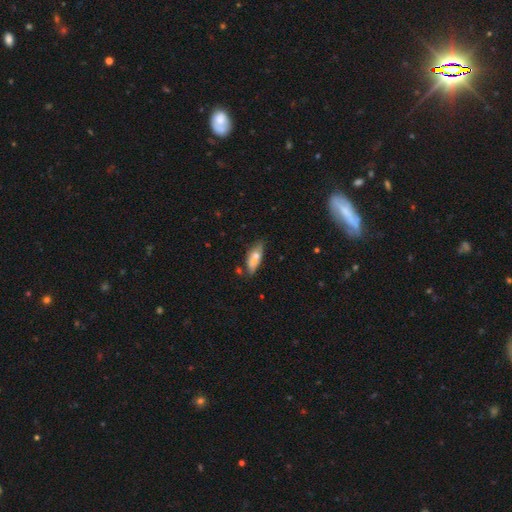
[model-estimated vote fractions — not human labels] smooth 65%, featured or disk 28%, star or artifact 7%. Down the decision tree: how rounded — in between (64%); merging — none (60%).